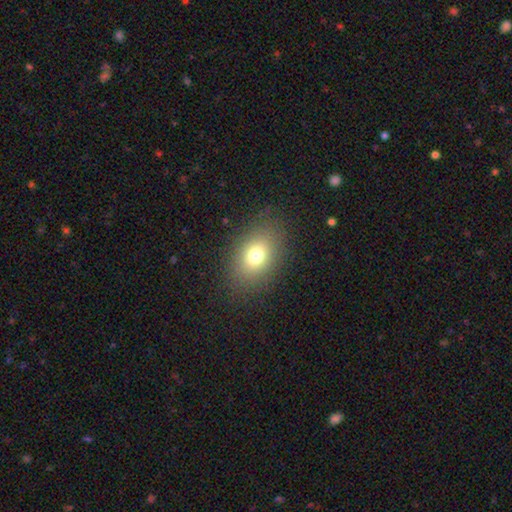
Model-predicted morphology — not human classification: This is likely a smooth galaxy (73%). How rounded: likely in between (69%). Merging: clearly none (84%).